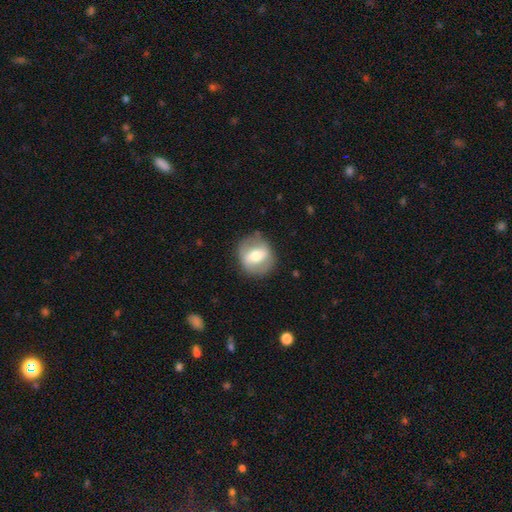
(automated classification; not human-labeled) featured or disk 47%, smooth 46%, star or artifact 6%. Down the decision tree: merging — none (81%).